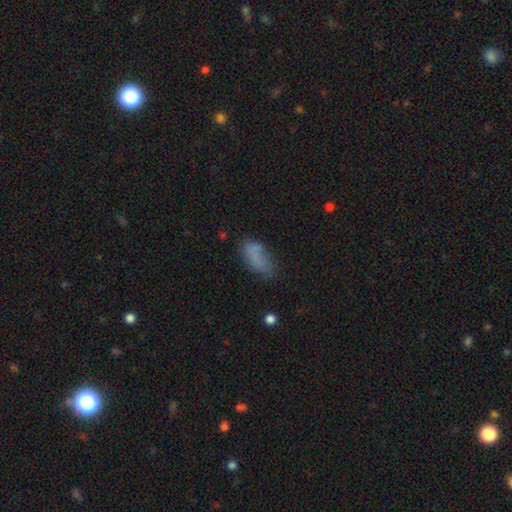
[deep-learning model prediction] smooth 73%, featured or disk 16%, star or artifact 11%. Down the decision tree: how rounded — in between (87%); merging — none (45%).